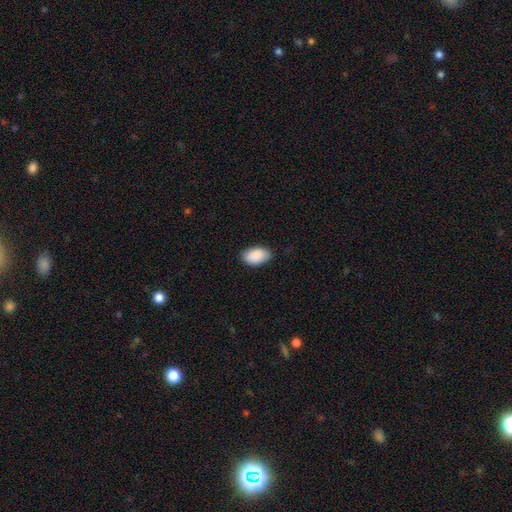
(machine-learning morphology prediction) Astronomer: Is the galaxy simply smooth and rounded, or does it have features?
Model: smooth — 91%.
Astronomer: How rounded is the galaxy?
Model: in between — 93%.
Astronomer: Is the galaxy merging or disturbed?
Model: none — 85%.